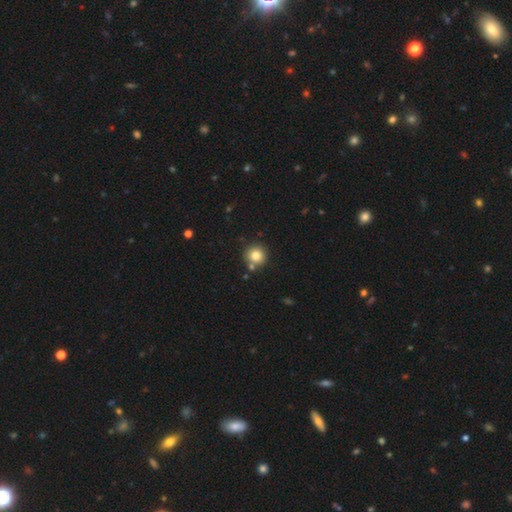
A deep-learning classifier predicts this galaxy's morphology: This appears to be a smooth galaxy with no disk features (80%) that is round (94%). Merging: none (80%).